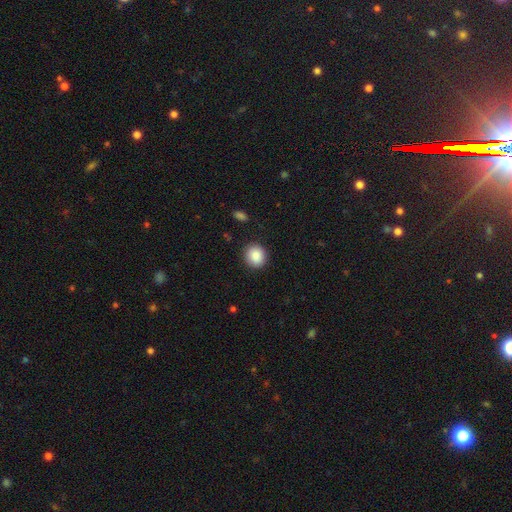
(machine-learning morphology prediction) A smooth galaxy with no disk features (88%) that is round (84%).

Vote fractions:
- Smooth or featured? smooth: 88% / star or artifact: 8% / featured or disk: 4%
- How rounded? round: 84% / in between: 15% / cigar-shaped: 1%
- Merging? none: 89% / minor disturbance: 8% / major disturbance: 2% / merger: 1%